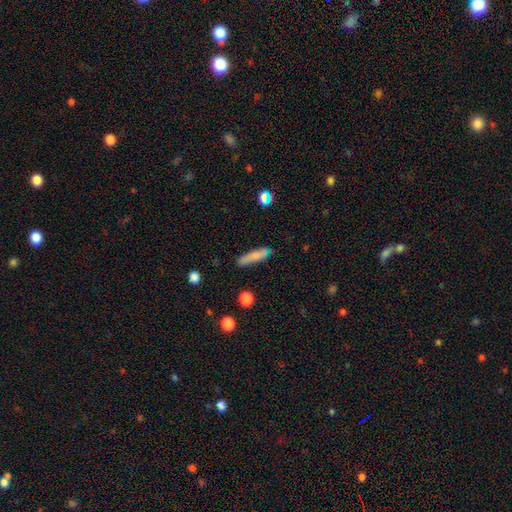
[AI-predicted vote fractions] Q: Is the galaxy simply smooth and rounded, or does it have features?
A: smooth — 73%.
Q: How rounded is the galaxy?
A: cigar-shaped — 84%.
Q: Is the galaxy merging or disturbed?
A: none — 76%.